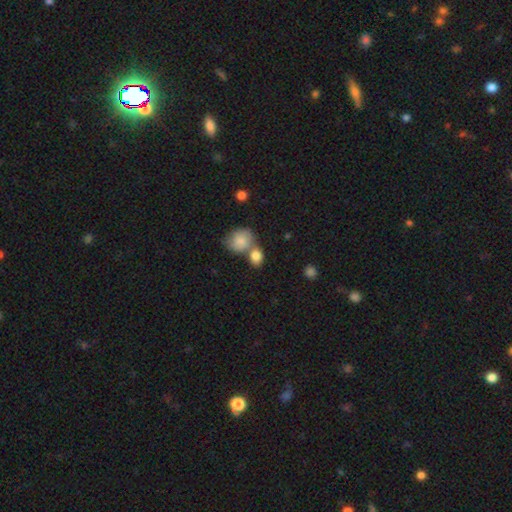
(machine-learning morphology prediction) Smooth or featured?
  - smooth: 83% *
  - featured or disk: 9%
  - star or artifact: 7%
How rounded?
  - round: 55% *
  - in between: 44%
  - cigar-shaped: 1%
Merging?
  - merger: 47% *
  - none: 39%
  - minor disturbance: 10%
  - major disturbance: 4%